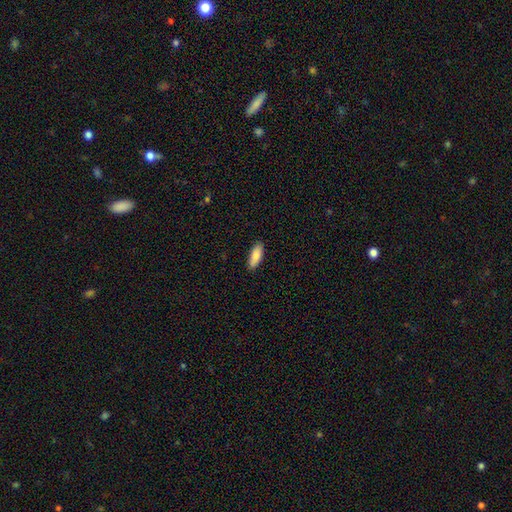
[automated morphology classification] smooth-or-featured: smooth: 87% | featured or disk: 7% | star or artifact: 6%
  how-rounded: in between: 71% | cigar-shaped: 27% | round: 2%
  merging: none: 88% | minor disturbance: 9% | major disturbance: 2% | merger: 1%